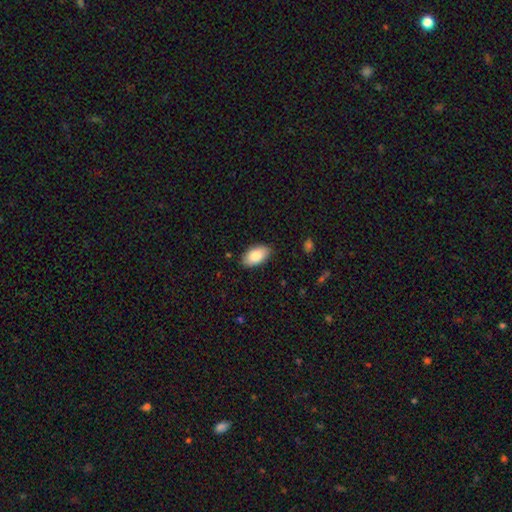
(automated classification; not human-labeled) Smooth or featured? smooth (87%)
How rounded? in between (95%)
Merging? none (86%)